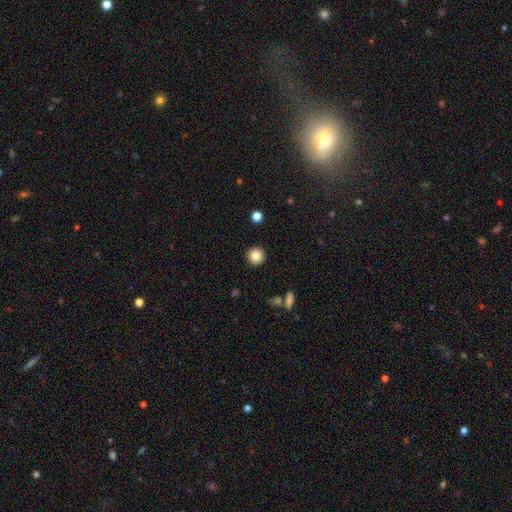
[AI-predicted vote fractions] Morphology: type=smooth (83%); roundness=round (95%); merging=none (93%).